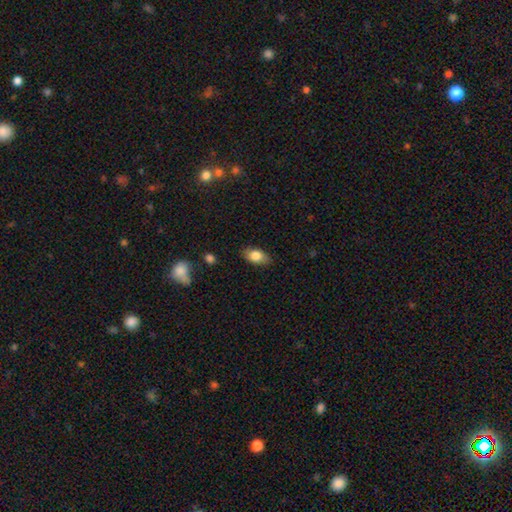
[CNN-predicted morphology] The model was most divided on "smooth or featured": smooth: 81%, featured or disk: 11%, star or artifact: 8%. More confident: how rounded — in between (88%); merging — none (84%).